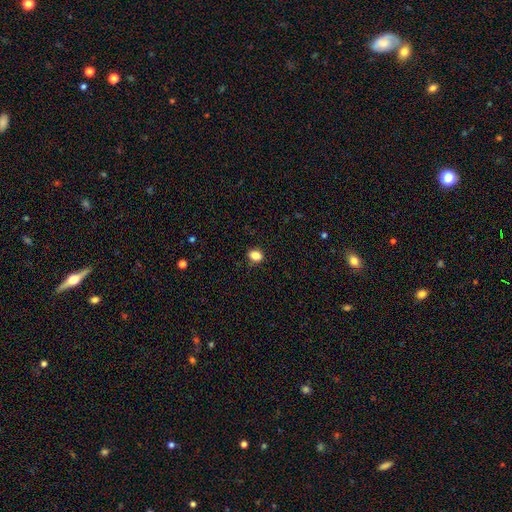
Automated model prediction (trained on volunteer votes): Morphology: type=smooth (85%); roundness=in between (58%); merging=none (85%).